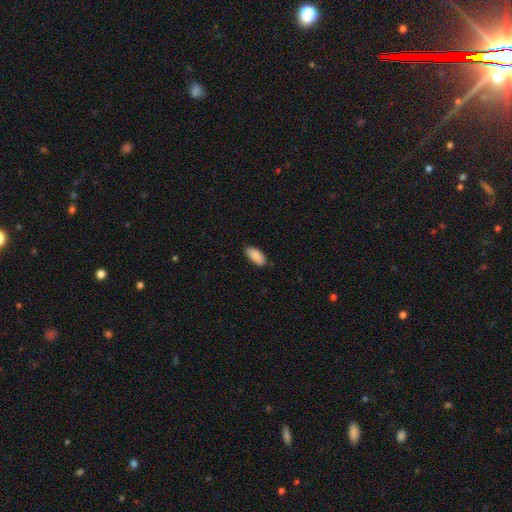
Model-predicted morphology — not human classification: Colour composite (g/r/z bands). It shows a smooth galaxy with no disk features (90%) that is in between round and cigar-shaped (89%). Merging: none (84%).